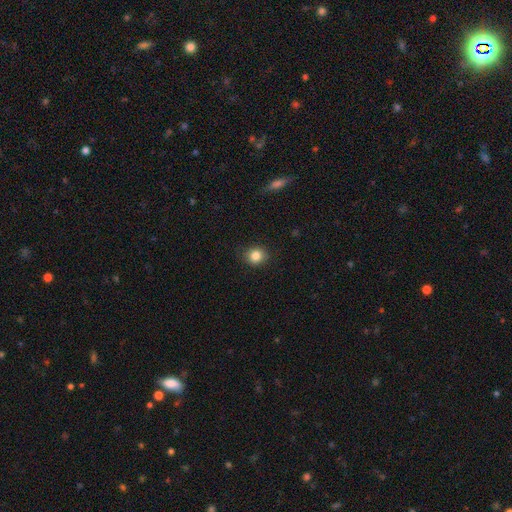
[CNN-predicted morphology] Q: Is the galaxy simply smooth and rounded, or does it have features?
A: smooth — 84%.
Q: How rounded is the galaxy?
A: round — 79%.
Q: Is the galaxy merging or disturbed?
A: none — 87%.